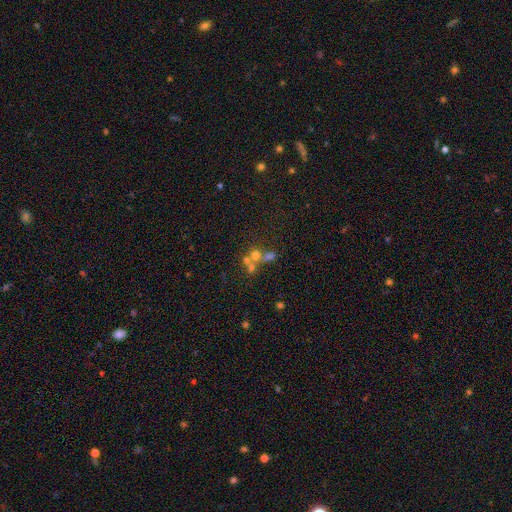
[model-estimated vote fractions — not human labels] This is possibly a smooth galaxy (52%). How rounded: likely round (80%). Merging: possibly merger (49%).